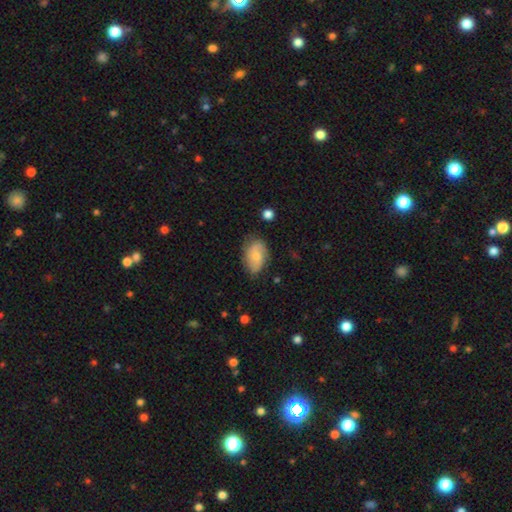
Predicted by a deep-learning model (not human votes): The model was most divided on "smooth or featured": smooth: 56%, featured or disk: 37%, star or artifact: 7%. More confident: how rounded — in between (88%); merging — none (67%).